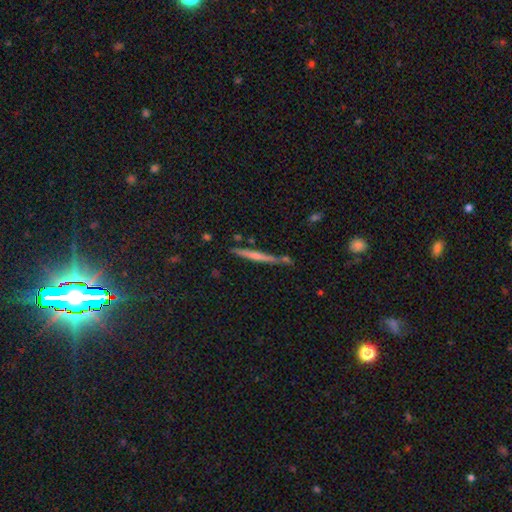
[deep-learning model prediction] This is possibly a featured or disk galaxy (48%). Merging: likely none (74%).